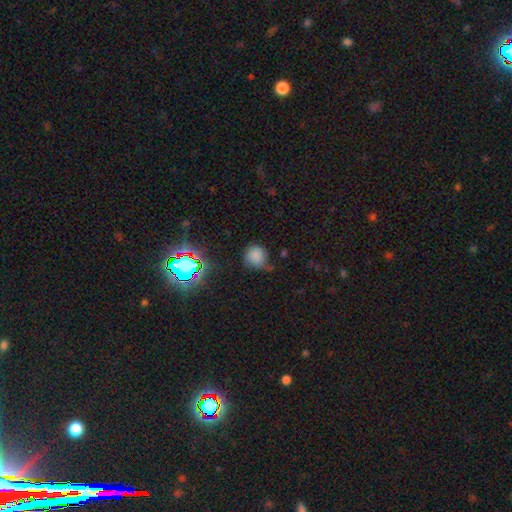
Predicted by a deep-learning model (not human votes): Q: Smooth or featured?
A: smooth (74%); runner-up: star or artifact (18%)
Q: How rounded?
A: round (84%); runner-up: in between (14%)
Q: Merging?
A: none (55%); runner-up: minor disturbance (32%)